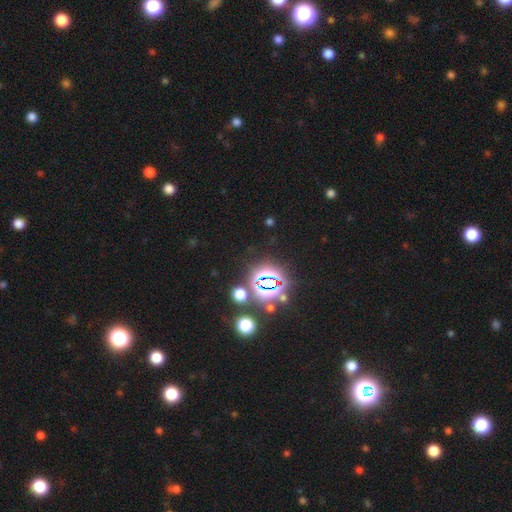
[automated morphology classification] Q: Smooth or featured?
A: star or artifact (81%); runner-up: smooth (13%)